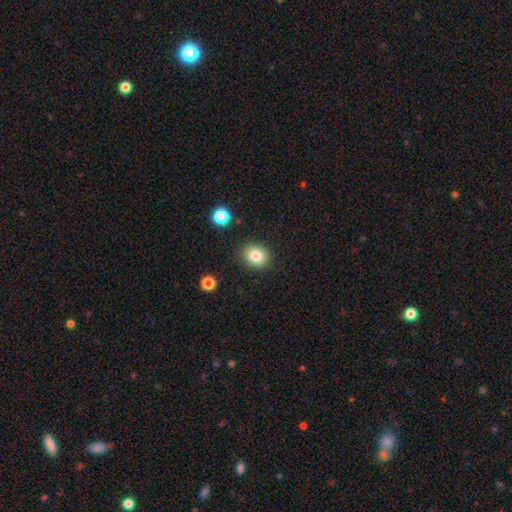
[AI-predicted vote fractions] This appears to be a smooth galaxy with no disk features (83%) that is round (69%). Merging: none (87%).